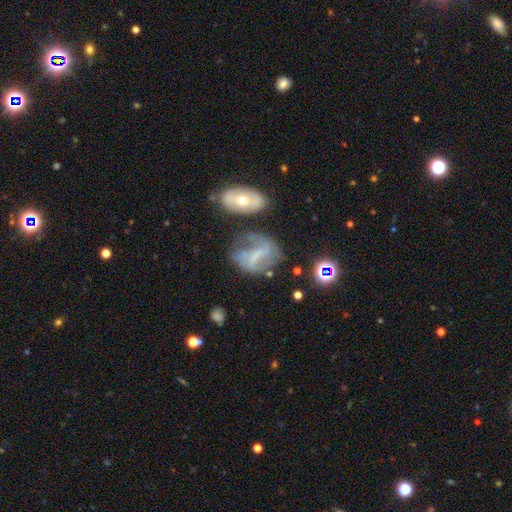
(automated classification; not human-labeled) This is likely a featured or disk galaxy (65%). It is clearly not viewed edge-on (96%). Bar: marginally weak (40%). Spiral arm pattern: likely yes (67%). Central bulge: marginally none (41%). Merging: marginally none (44%).